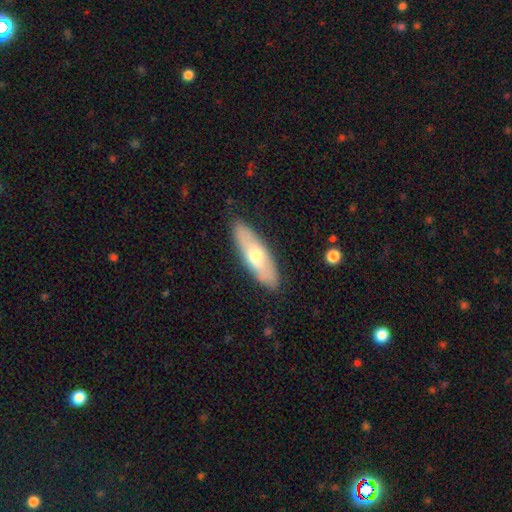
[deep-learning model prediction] smooth 57%, featured or disk 37%, star or artifact 5%. Down the decision tree: how rounded — in between (56%); merging — none (86%).